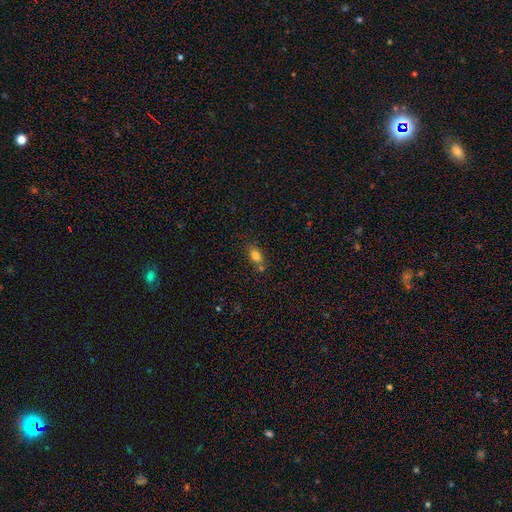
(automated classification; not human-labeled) A smooth galaxy with no disk features (80%) that is in between round and cigar-shaped (83%).

Vote fractions:
- Smooth or featured? smooth: 80% / star or artifact: 10% / featured or disk: 9%
- How rounded? in between: 83% / round: 13% / cigar-shaped: 4%
- Merging? none: 62% / merger: 19% / minor disturbance: 15% / major disturbance: 4%